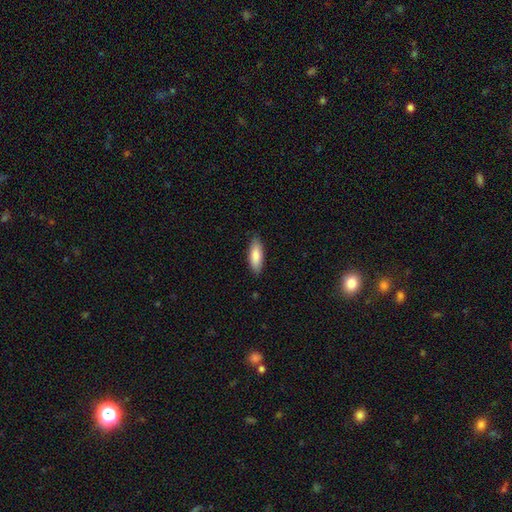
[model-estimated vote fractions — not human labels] Q: Smooth or featured?
A: smooth (86%); runner-up: featured or disk (9%)
Q: How rounded?
A: in between (66%); runner-up: cigar-shaped (32%)
Q: Merging?
A: none (85%); runner-up: minor disturbance (12%)